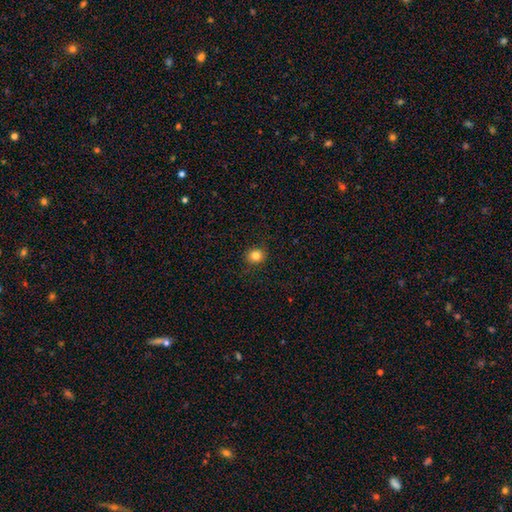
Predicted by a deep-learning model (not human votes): Smooth or featured: smooth — 83% (star or artifact — 12%)
How rounded: round — 80% (in between — 19%)
Merging: none — 90% (minor disturbance — 7%)